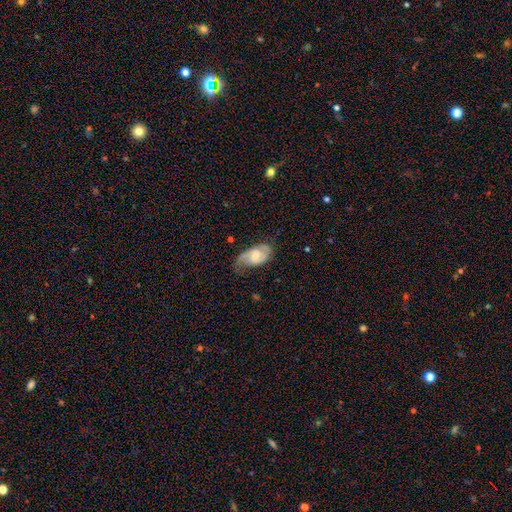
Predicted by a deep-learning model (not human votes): Smooth or featured: featured or disk — 75% (smooth — 19%)
Edge-on disk: no — 96% (yes — 4%)
Bar: no — 51% (weak — 41%)
Spiral arms: yes — 94% (no — 6%)
Spiral winding: medium — 48% (tight — 32%)
Spiral arm count: 2 — 81% (can't tell — 8%)
Bulge size: small — 47% (moderate — 44%)
Merging: none — 62% (minor disturbance — 26%)